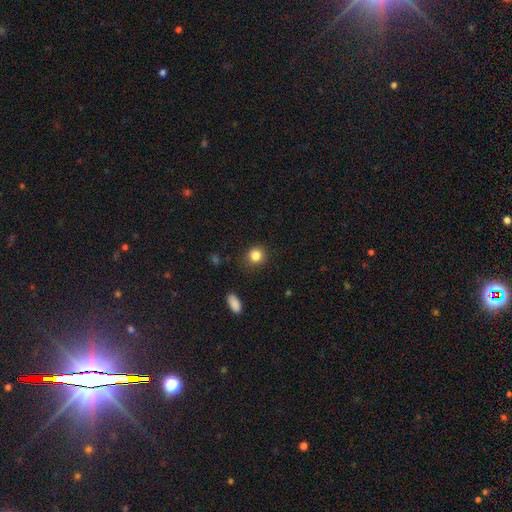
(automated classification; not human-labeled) smooth_or_featured: smooth (p=0.84) [alt: star or artifact p=0.11]
how_rounded: round (p=0.86) [alt: in between p=0.13]
merging: none (p=0.87) [alt: minor disturbance p=0.09]